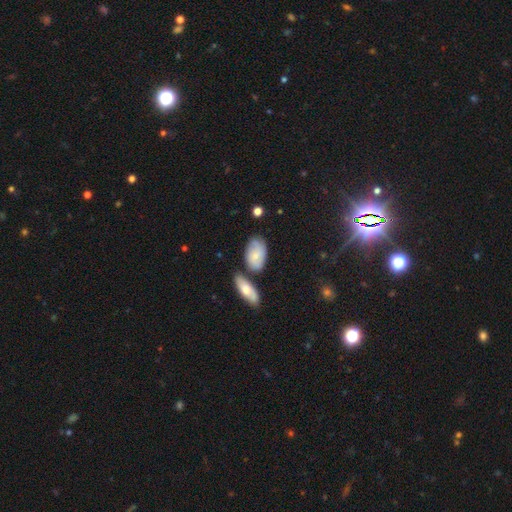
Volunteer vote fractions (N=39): Smooth or featured? 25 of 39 (64%) said smooth. How rounded? 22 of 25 (88%) said in between. Merging? 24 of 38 (63%) said none.